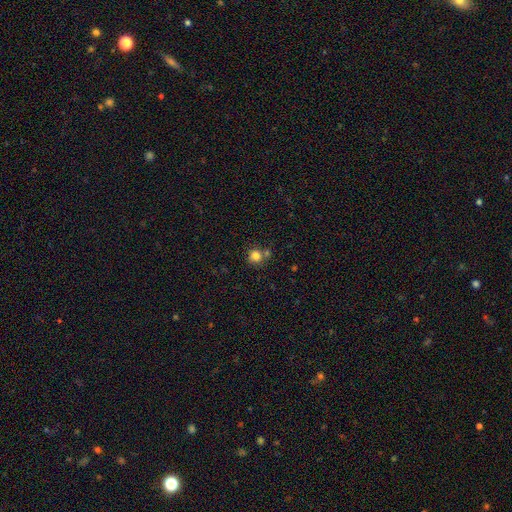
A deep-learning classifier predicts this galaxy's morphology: Smooth or featured?
  - smooth: 81% *
  - star or artifact: 12%
  - featured or disk: 7%
How rounded?
  - round: 89% *
  - in between: 10%
  - cigar-shaped: 1%
Merging?
  - none: 65% *
  - merger: 21%
  - minor disturbance: 11%
  - major disturbance: 4%